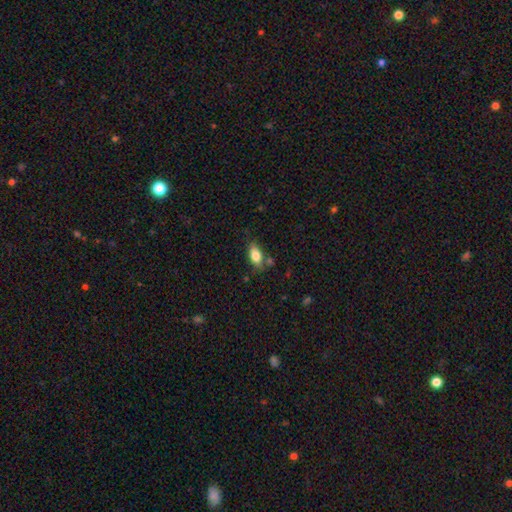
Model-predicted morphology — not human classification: Q: Smooth or featured?
A: smooth (81%); runner-up: featured or disk (11%)
Q: How rounded?
A: in between (88%); runner-up: cigar-shaped (7%)
Q: Merging?
A: none (70%); runner-up: minor disturbance (18%)